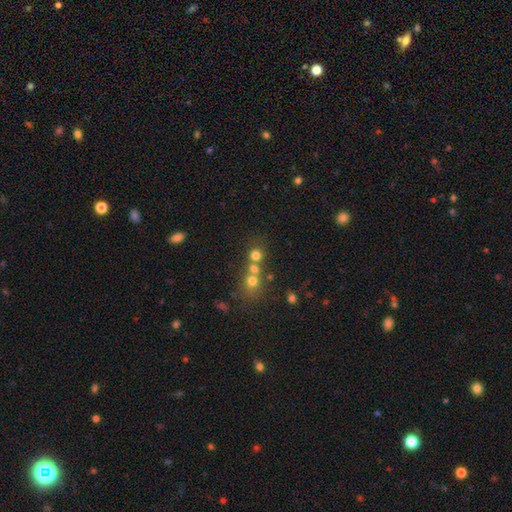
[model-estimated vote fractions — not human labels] Morphology: type=smooth (69%); roundness=round (85%); merging=merger (45%, tied with none).